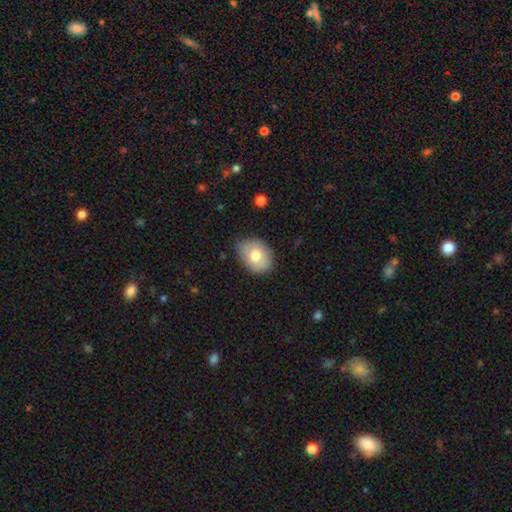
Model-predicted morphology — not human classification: type=smooth (71%); roundness=in between (71%); merging=none (71%).